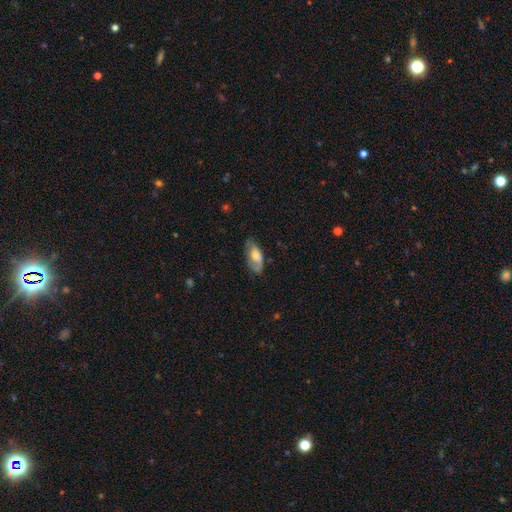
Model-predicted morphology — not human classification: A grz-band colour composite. It shows a smooth galaxy with no disk features (59%) that is in between round and cigar-shaped (88%). Merging: none (64%).